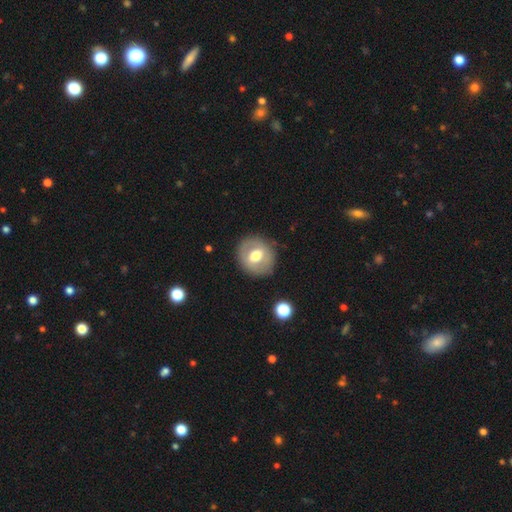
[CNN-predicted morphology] smooth-or-featured: smooth: 53% | featured or disk: 40% | star or artifact: 7%
  how-rounded: round: 81% | in between: 18% | cigar-shaped: 1%
  merging: none: 83% | minor disturbance: 11% | major disturbance: 4% | merger: 2%